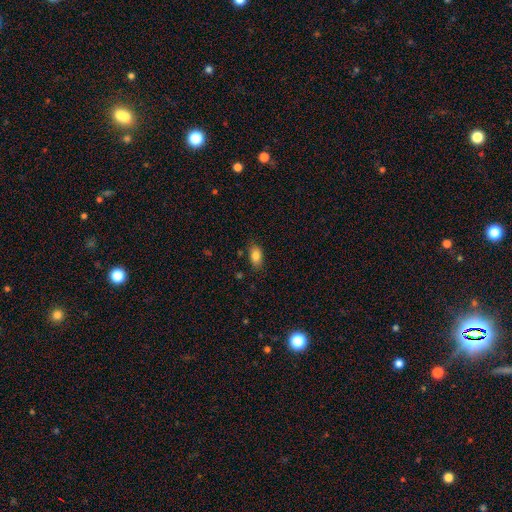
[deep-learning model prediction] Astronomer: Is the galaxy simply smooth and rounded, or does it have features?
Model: smooth — 83%.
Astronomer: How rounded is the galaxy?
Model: in between — 90%.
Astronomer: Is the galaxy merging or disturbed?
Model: none — 82%.